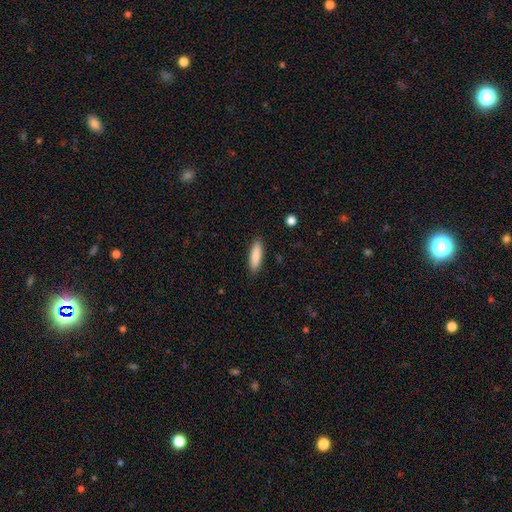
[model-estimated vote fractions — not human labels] Smooth or featured? smooth (86%)
How rounded? cigar-shaped (56%)
Merging? none (88%)